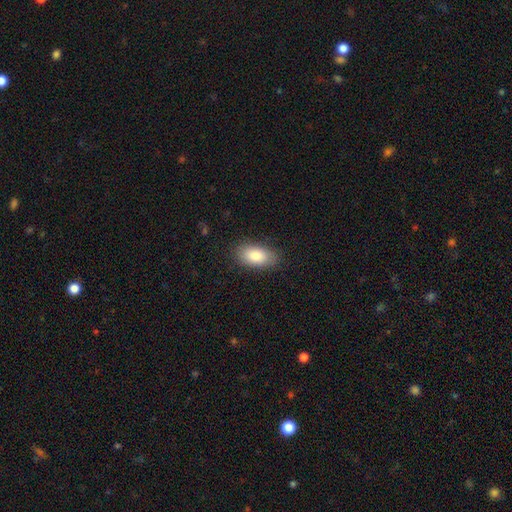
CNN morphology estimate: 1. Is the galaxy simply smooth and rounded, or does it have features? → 85% smooth, 9% featured or disk, 7% star or artifact.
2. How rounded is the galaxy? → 93% in between, 4% round, 3% cigar-shaped.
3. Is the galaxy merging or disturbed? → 85% none, 11% minor disturbance, 3% major disturbance, 1% merger.